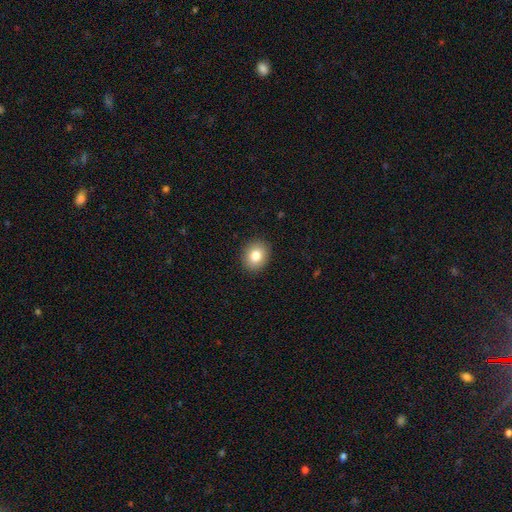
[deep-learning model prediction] Q: Smooth or featured?
A: smooth (81%); runner-up: star or artifact (10%)
Q: How rounded?
A: round (64%); runner-up: in between (35%)
Q: Merging?
A: none (91%); runner-up: minor disturbance (6%)